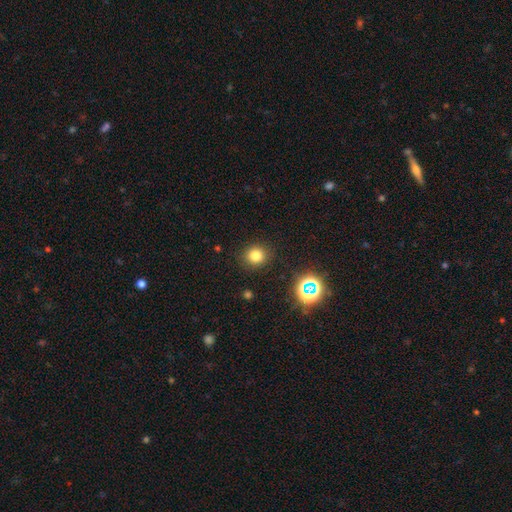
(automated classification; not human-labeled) This appears to be a smooth galaxy with no disk features (78%) that is round (84%). Merging: none (89%).